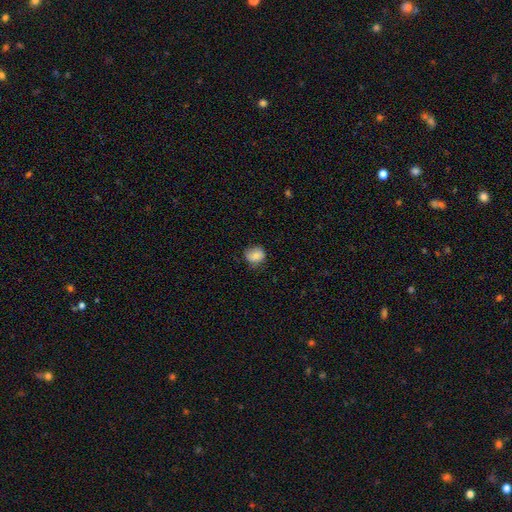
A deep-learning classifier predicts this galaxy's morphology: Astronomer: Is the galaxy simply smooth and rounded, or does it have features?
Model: smooth — 79%.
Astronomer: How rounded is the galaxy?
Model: round — 71%.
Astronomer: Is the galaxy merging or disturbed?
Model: none — 67%.